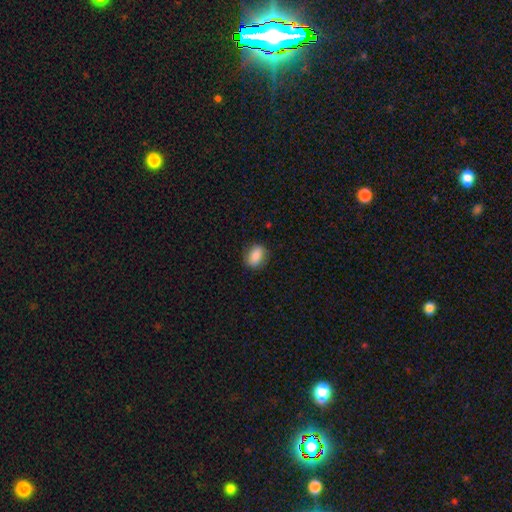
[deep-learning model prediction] smooth 85%, featured or disk 7%, star or artifact 7%. Down the decision tree: how rounded — in between (77%); merging — none (81%).